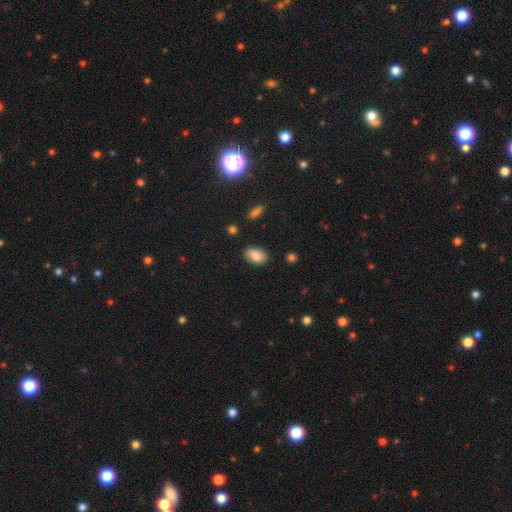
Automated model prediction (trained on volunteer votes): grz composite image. It shows a smooth galaxy with no disk features (84%) that is in between round and cigar-shaped (89%). Merging: none (84%).